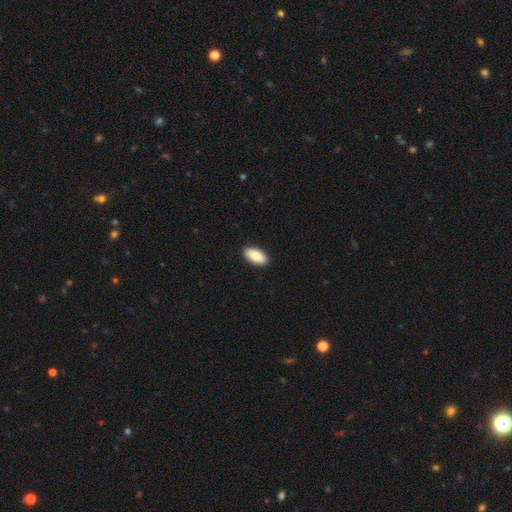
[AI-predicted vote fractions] smooth-or-featured: smooth: 86% | featured or disk: 9% | star or artifact: 6%
  how-rounded: in between: 92% | cigar-shaped: 6% | round: 2%
  merging: none: 90% | minor disturbance: 7% | major disturbance: 2% | merger: 1%